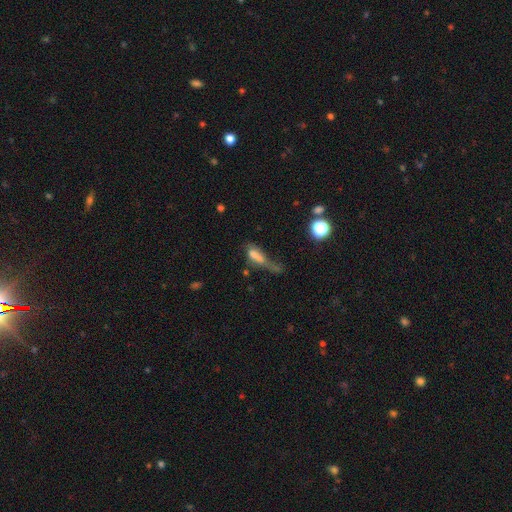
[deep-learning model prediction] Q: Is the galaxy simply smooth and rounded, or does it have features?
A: smooth — 58%.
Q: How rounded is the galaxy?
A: in between — 59%.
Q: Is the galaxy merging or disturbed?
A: major disturbance — 43%.